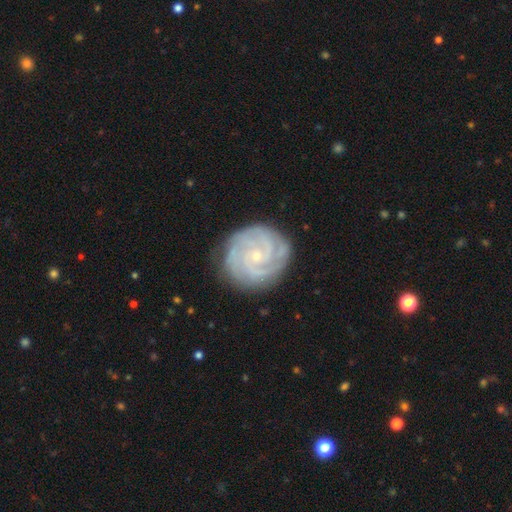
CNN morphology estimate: featured or disk 88%, smooth 7%, star or artifact 6%. Down the decision tree: edge-on disk — no (98%); bar — no (74%); spiral arms — yes (98%); spiral arm count — 3 (32%); spiral winding — tight (78%); bulge size — small (82%); merging — none (84%).